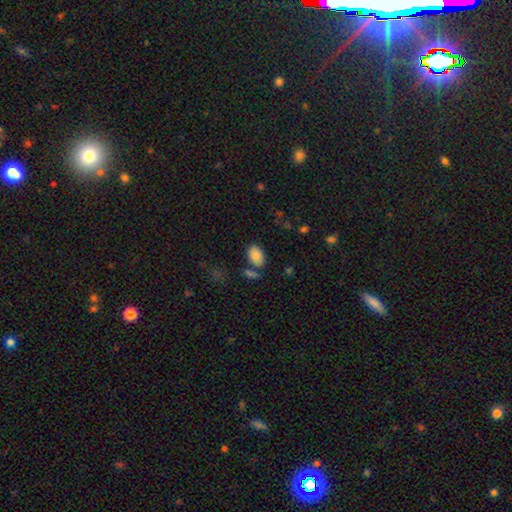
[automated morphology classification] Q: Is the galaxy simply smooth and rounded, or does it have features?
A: smooth — 85%.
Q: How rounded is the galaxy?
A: in between — 91%.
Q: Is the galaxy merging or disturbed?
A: none — 70%.